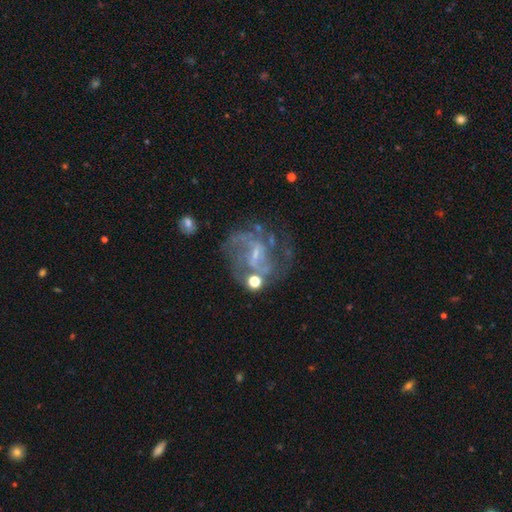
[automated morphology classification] A featured or disk galaxy (77%) with a weak bar (51%), 2 (43%) medium (45%) spiral arms (79%) and a small central bulge (57%).

Vote fractions:
- Smooth or featured? featured or disk: 77% / star or artifact: 12% / smooth: 12%
- Edge-on disk? no: 97% / yes: 3%
- Bar? weak: 51% / no: 31% / strong: 18%
- Spiral arms? yes: 79% / no: 21%
- Spiral winding? medium: 45% / loose: 32% / tight: 23%
- Spiral arm count? 2: 43% / can't tell: 30% / 3: 12% / 1: 6% / 4: 5% / more than 4: 4%
- Bulge size? small: 57% / none: 25% / moderate: 16% / large: 1% / dominant: 1%
- Merging? none: 53% / major disturbance: 22% / minor disturbance: 18% / merger: 7%